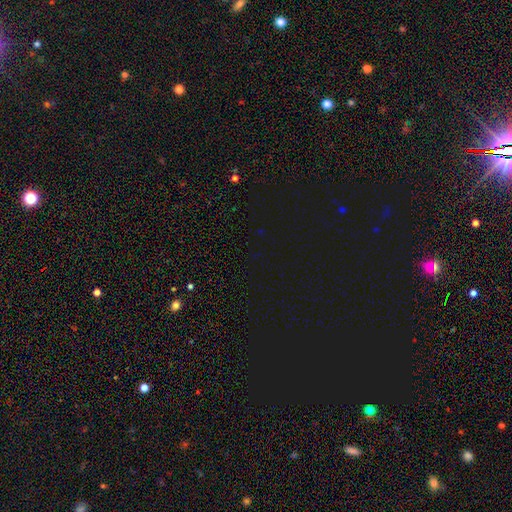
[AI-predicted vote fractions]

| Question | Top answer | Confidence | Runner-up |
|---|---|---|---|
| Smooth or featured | star or artifact | 77% | smooth (17%) |